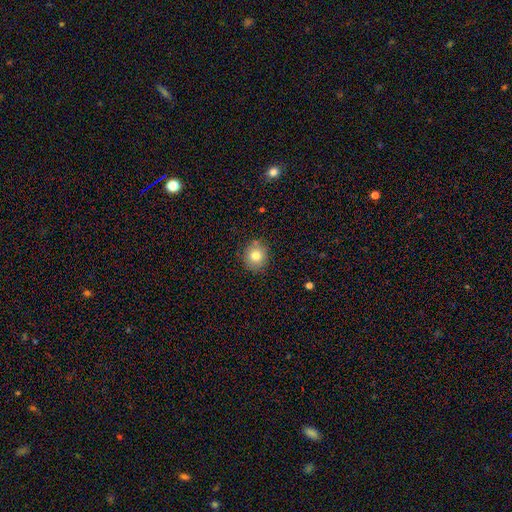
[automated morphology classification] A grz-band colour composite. It shows a smooth galaxy with no disk features (78%) that is round (84%). Merging: none (85%).